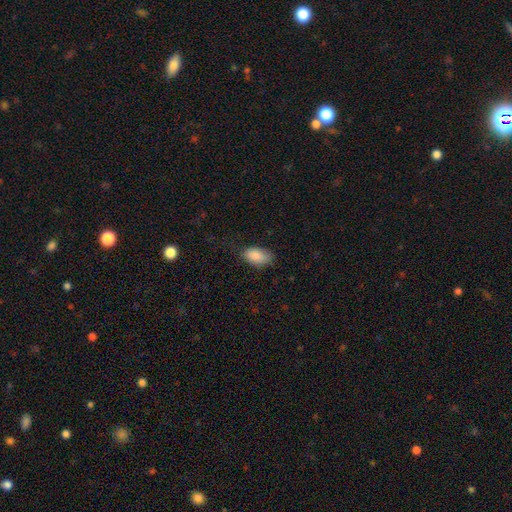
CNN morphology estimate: Smooth or featured? Predicted: smooth (p=0.88). How rounded? Predicted: in between (p=0.93). Merging? Predicted: none (p=0.71).